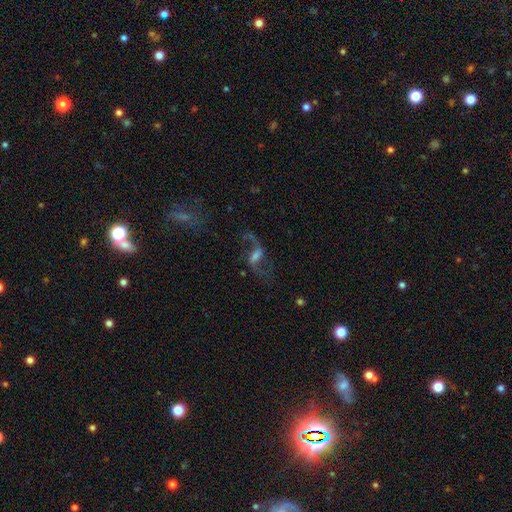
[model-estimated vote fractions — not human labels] Smooth or featured? featured or disk (82%)
Edge-on disk? no (95%)
Bar? weak (49%)
Spiral arms? yes (92%)
Spiral winding? loose (86%)
Spiral arm count? 2 (91%)
Bulge size? small (32%)
Merging? none (66%)